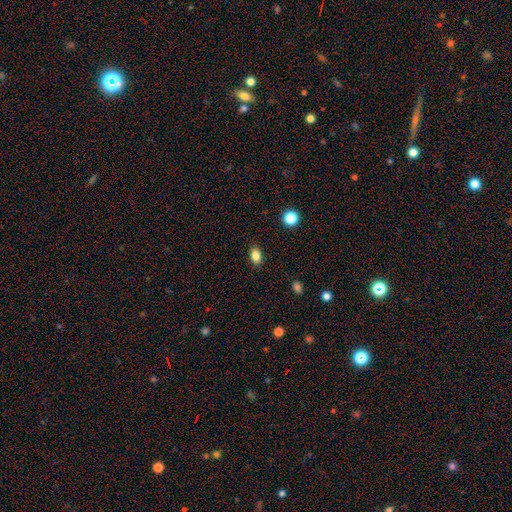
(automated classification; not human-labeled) Smooth or featured? smooth (84%)
How rounded? in between (82%)
Merging? none (88%)